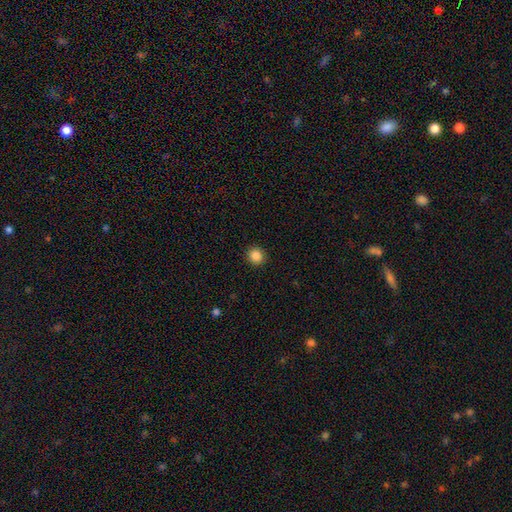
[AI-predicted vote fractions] Overall: smooth (86%). How rounded: round (93%). Merging: none (92%).